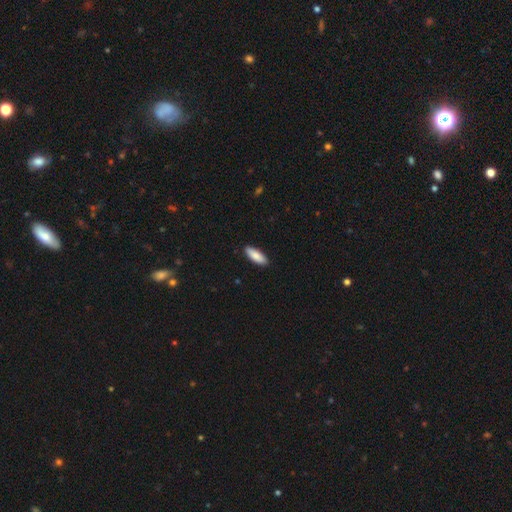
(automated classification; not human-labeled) smooth 87%, featured or disk 8%, star or artifact 5%. Down the decision tree: how rounded — in between (65%); merging — none (90%).